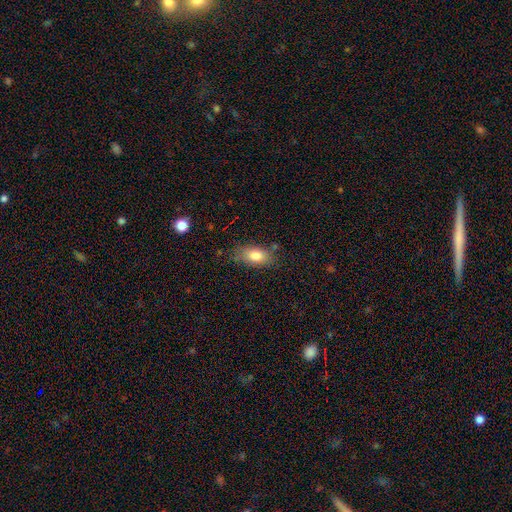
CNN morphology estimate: A smooth galaxy with no disk features (79%) that is in between round and cigar-shaped (85%).

Vote fractions:
- Smooth or featured? smooth: 79% / featured or disk: 13% / star or artifact: 8%
- How rounded? in between: 85% / cigar-shaped: 7% / round: 7%
- Merging? none: 72% / minor disturbance: 20% / major disturbance: 5% / merger: 3%